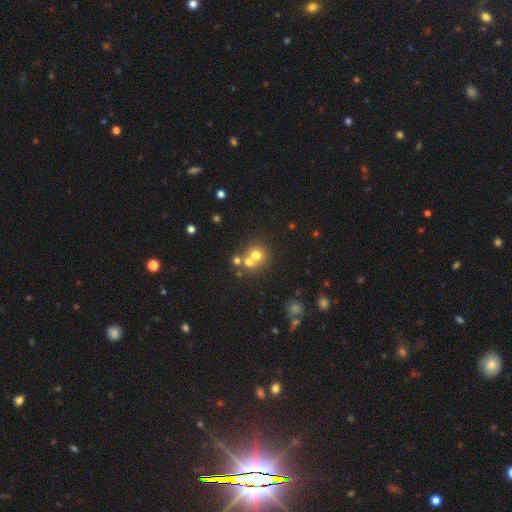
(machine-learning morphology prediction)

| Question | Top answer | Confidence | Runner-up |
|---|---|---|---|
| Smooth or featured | smooth | 66% | featured or disk (18%) |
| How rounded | round | 86% | in between (13%) |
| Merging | none | 48% | merger (41%) |